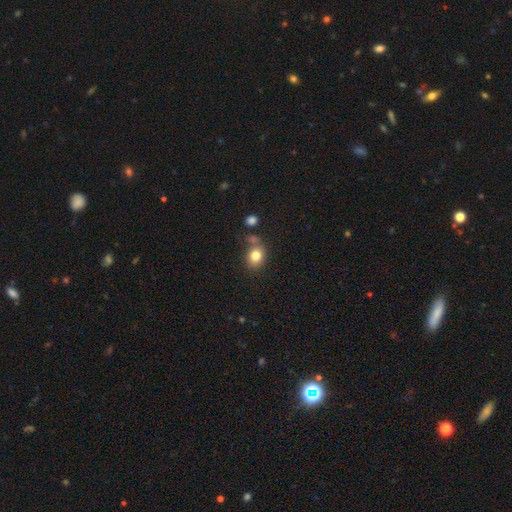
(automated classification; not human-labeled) smooth-or-featured: smooth: 81% | star or artifact: 11% | featured or disk: 8%
  how-rounded: round: 55% | in between: 44% | cigar-shaped: 1%
  merging: none: 65% | merger: 16% | minor disturbance: 14% | major disturbance: 5%